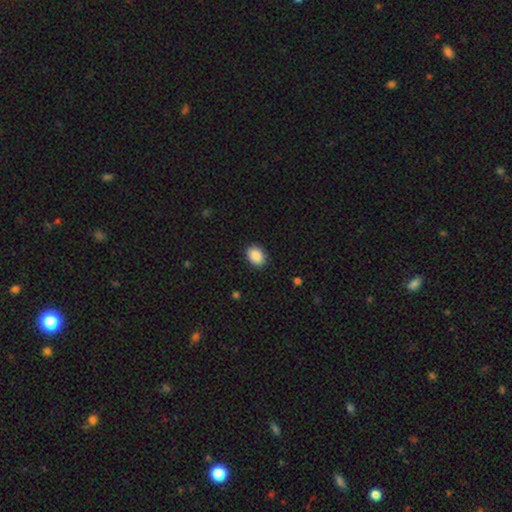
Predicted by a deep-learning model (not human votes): The model was most divided on "how rounded": in between: 67%, round: 32%, cigar-shaped: 1%. More confident: smooth or featured — smooth (90%); merging — none (89%).